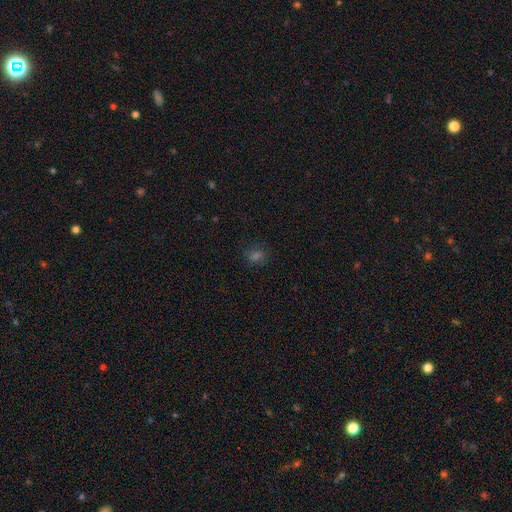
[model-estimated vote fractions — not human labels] The model was most divided on "smooth or featured": smooth: 61%, star or artifact: 31%, featured or disk: 8%. More confident: merging — none (83%); how rounded — round (65%).